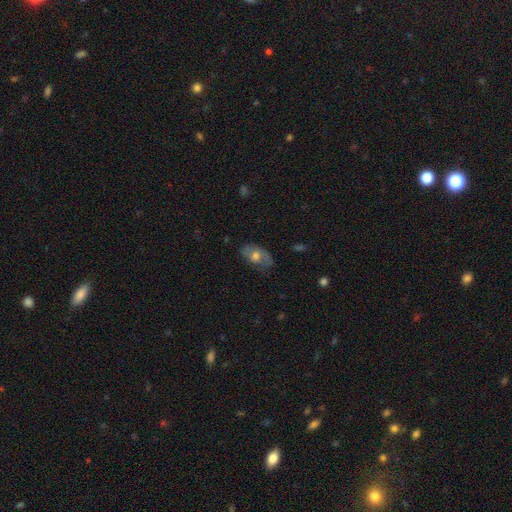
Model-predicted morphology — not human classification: Smooth or featured?
  - smooth: 53% *
  - featured or disk: 38%
  - star or artifact: 8%
How rounded?
  - in between: 88% *
  - round: 10%
  - cigar-shaped: 2%
Merging?
  - none: 71% *
  - minor disturbance: 22%
  - major disturbance: 6%
  - merger: 1%